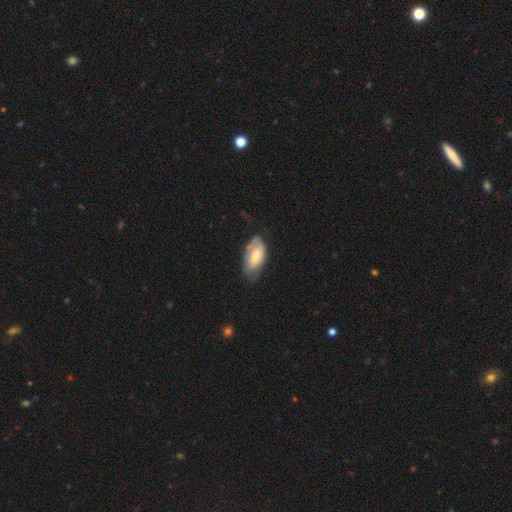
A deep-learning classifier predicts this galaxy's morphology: A smooth galaxy with no disk features (62%) that is in between round and cigar-shaped (93%).

Vote fractions:
- Smooth or featured? smooth: 62% / featured or disk: 33% / star or artifact: 6%
- How rounded? in between: 93% / cigar-shaped: 4% / round: 3%
- Merging? none: 50% / minor disturbance: 36% / major disturbance: 12% / merger: 2%